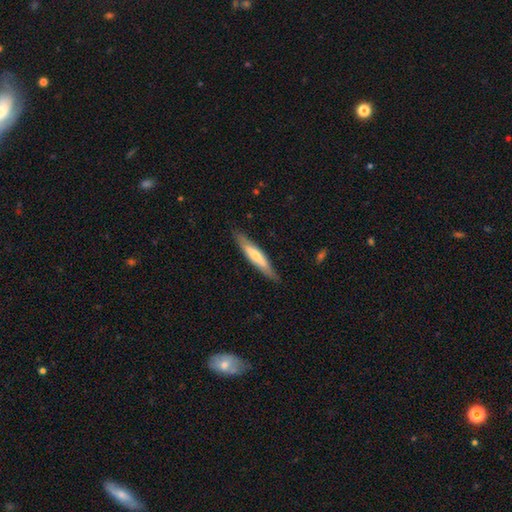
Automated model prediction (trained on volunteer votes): Morphology: type=smooth (53%); roundness=cigar-shaped (87%); merging=none (86%).